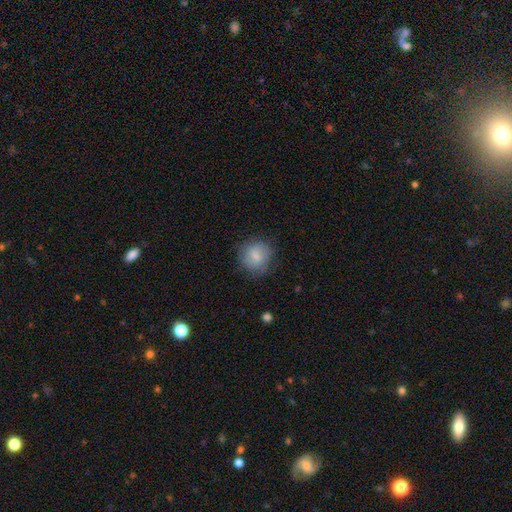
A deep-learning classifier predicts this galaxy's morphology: A smooth galaxy with no disk features (80%) that is round (85%). Merging: none (76%).